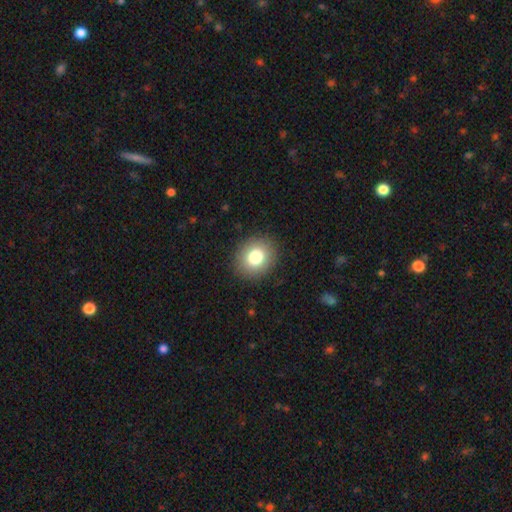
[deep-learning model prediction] Smooth or featured?
  - smooth: 80% *
  - star or artifact: 10%
  - featured or disk: 10%
How rounded?
  - round: 70% *
  - in between: 29%
  - cigar-shaped: 1%
Merging?
  - none: 91% *
  - minor disturbance: 6%
  - major disturbance: 2%
  - merger: 1%